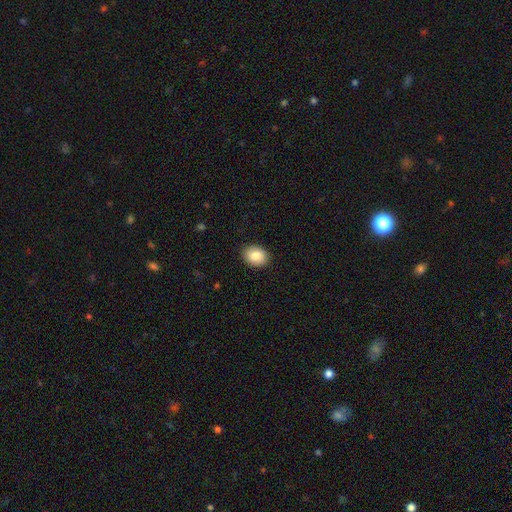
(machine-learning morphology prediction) Overall: smooth (86%). How rounded: in between (60%; round 39%). Merging: none (90%).